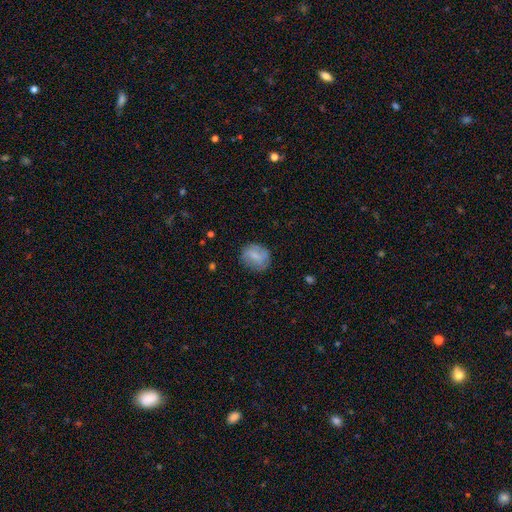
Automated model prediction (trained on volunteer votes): smooth-or-featured: smooth: 73% | featured or disk: 20% | star or artifact: 8%
  how-rounded: round: 59% | in between: 40% | cigar-shaped: 2%
  merging: none: 78% | minor disturbance: 16% | major disturbance: 5% | merger: 1%